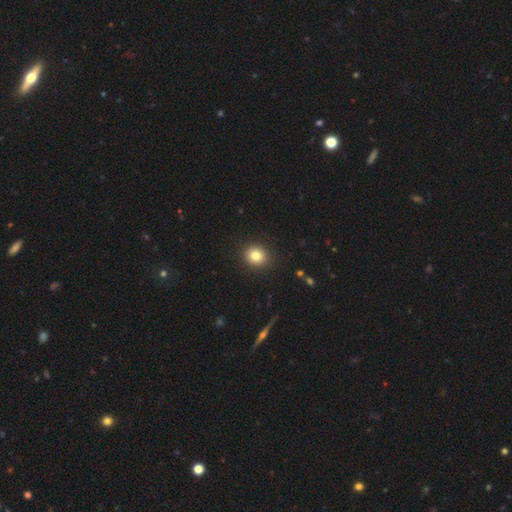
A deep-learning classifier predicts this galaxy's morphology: This appears to be a smooth galaxy with no disk features (82%) that is round (81%). Merging: none (91%).